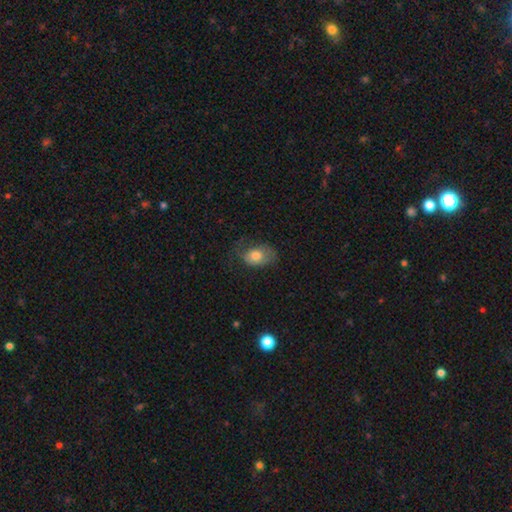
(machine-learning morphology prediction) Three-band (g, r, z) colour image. It shows a smooth galaxy with no disk features (73%) that is in between round and cigar-shaped (79%). Merging: none (47%).